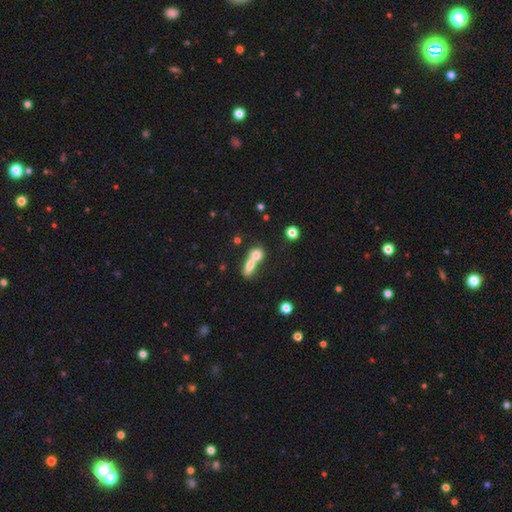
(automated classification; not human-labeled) Smooth or featured?
  - smooth: 70% *
  - featured or disk: 18%
  - star or artifact: 11%
How rounded?
  - in between: 43% *
  - round: 41%
  - cigar-shaped: 16%
Merging?
  - merger: 67% *
  - none: 22%
  - minor disturbance: 6%
  - major disturbance: 5%